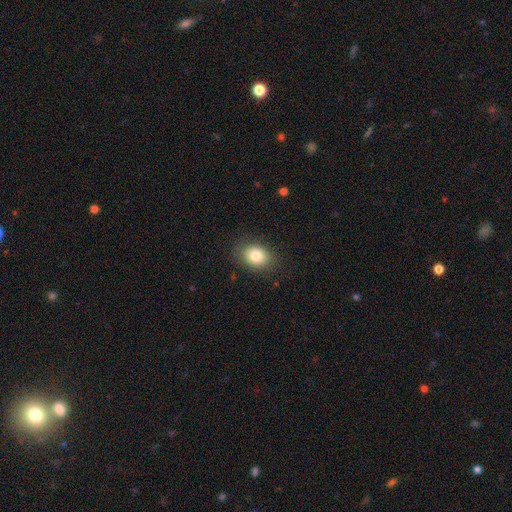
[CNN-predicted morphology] A smooth galaxy with no disk features (81%) that is in between round and cigar-shaped (59%). Merging: none (85%).